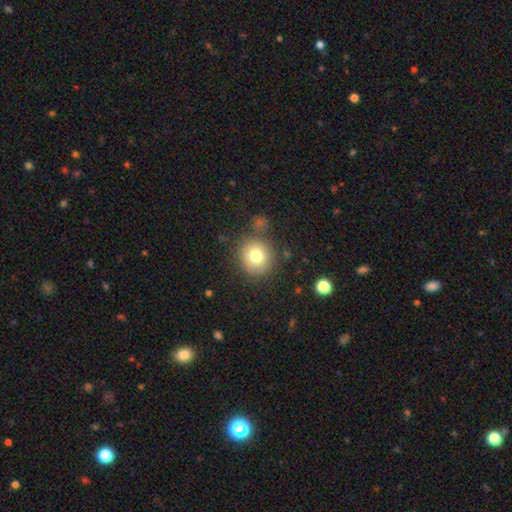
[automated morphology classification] This appears to be a smooth galaxy with no disk features (76%) that is round (89%). Merging: none (79%).